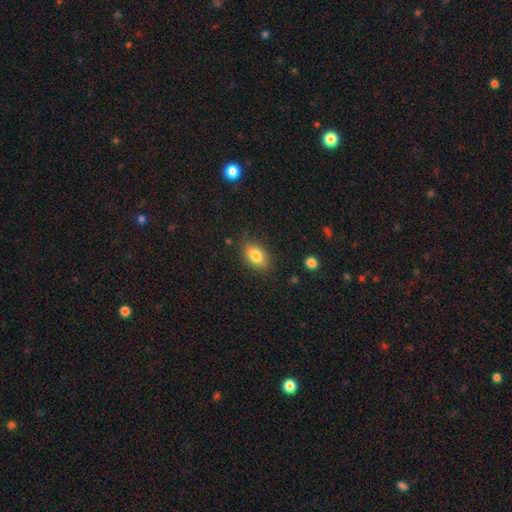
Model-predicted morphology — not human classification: smooth 82%, featured or disk 10%, star or artifact 8%. Down the decision tree: how rounded — in between (88%); merging — none (83%).